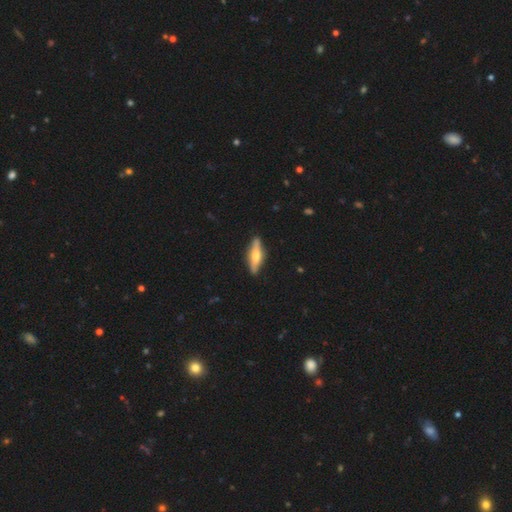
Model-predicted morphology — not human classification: A featured or disk galaxy (57%) viewed edge-on (92%) with a rounded central bulge (88%). Merging: none (88%).